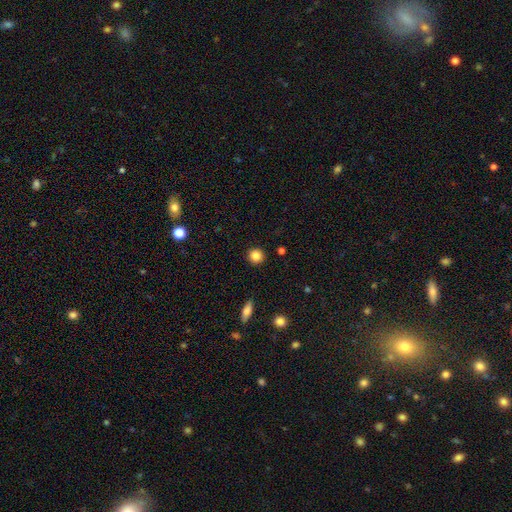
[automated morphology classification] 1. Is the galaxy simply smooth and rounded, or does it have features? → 85% smooth, 10% star or artifact, 5% featured or disk.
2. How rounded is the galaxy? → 93% round, 6% in between, 1% cigar-shaped.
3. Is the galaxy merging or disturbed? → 91% none, 6% minor disturbance, 2% major disturbance, 1% merger.